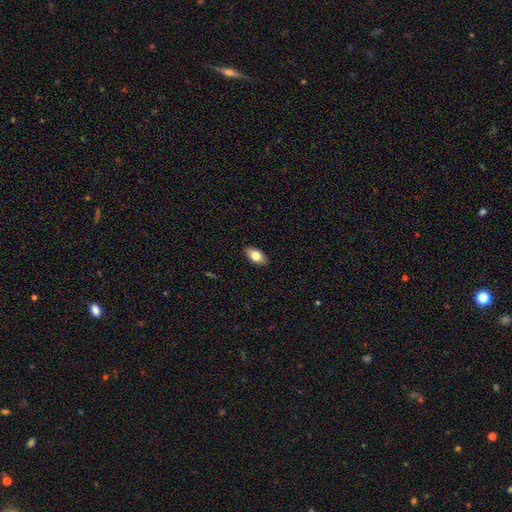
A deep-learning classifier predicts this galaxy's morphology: Smooth or featured? Predicted: smooth (p=0.77). How rounded? Predicted: in between (p=0.91). Merging? Predicted: none (p=0.89).